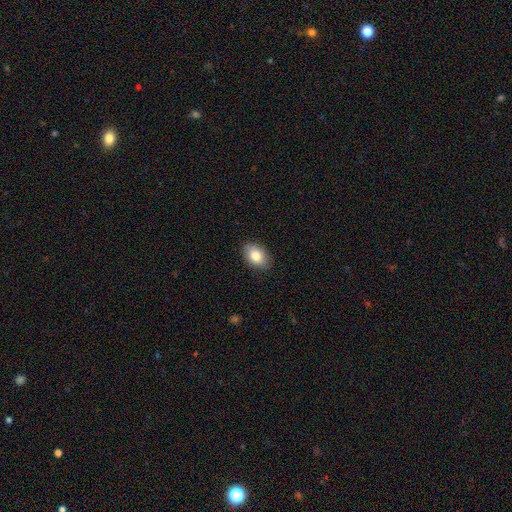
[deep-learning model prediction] Smooth or featured? smooth (82%)
How rounded? in between (87%)
Merging? none (87%)